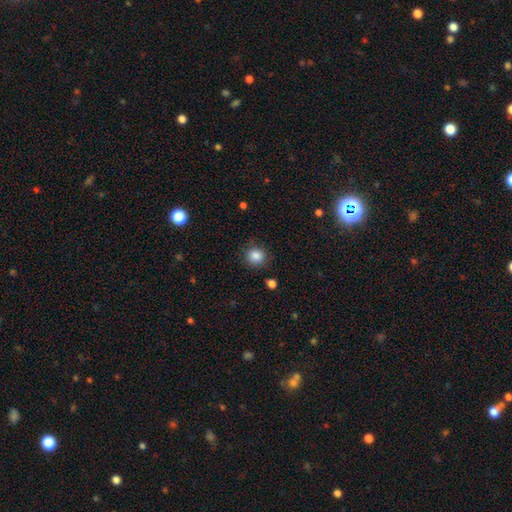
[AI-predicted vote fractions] The model was most divided on "merging": none: 83%, minor disturbance: 12%, major disturbance: 4%, merger: 2%. More confident: how rounded — round (88%); smooth or featured — smooth (86%).